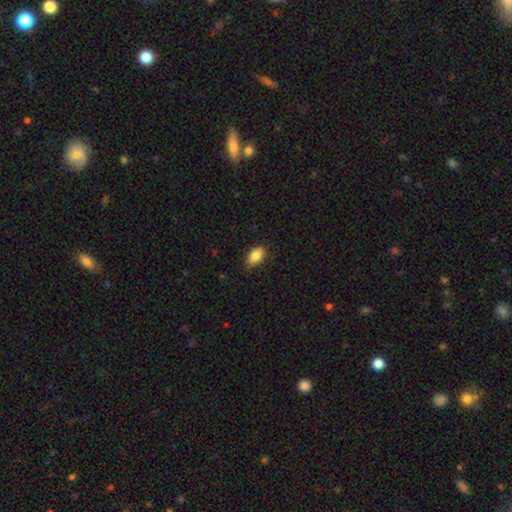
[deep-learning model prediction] Smooth or featured?
  - smooth: 86% *
  - star or artifact: 7%
  - featured or disk: 7%
How rounded?
  - in between: 90% *
  - round: 7%
  - cigar-shaped: 3%
Merging?
  - none: 82% *
  - minor disturbance: 15%
  - major disturbance: 3%
  - merger: 1%